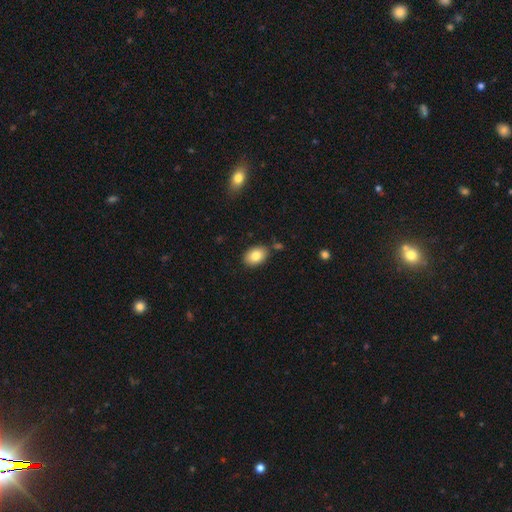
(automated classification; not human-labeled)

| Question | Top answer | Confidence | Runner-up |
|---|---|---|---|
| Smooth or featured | smooth | 83% | featured or disk (10%) |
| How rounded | in between | 84% | round (15%) |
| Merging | none | 83% | minor disturbance (11%) |